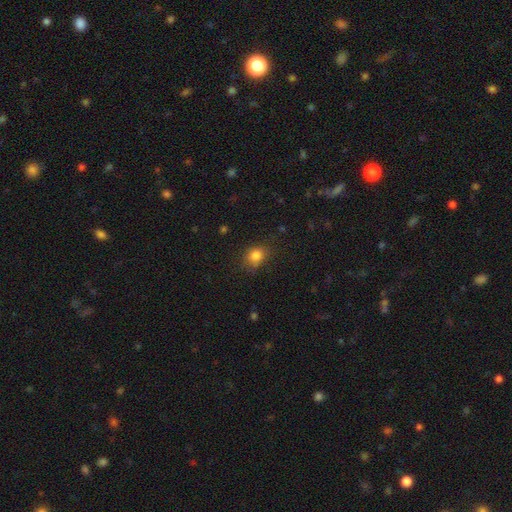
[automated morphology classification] Smooth or featured? Predicted: smooth (p=0.83). How rounded? Predicted: round (p=0.56). Merging? Predicted: none (p=0.75).